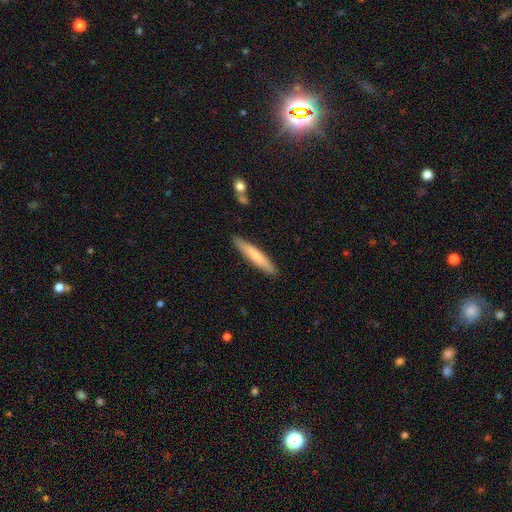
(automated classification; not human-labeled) The model was most divided on "smooth or featured": smooth: 73%, featured or disk: 22%, star or artifact: 5%. More confident: how rounded — cigar-shaped (92%); merging — none (89%).